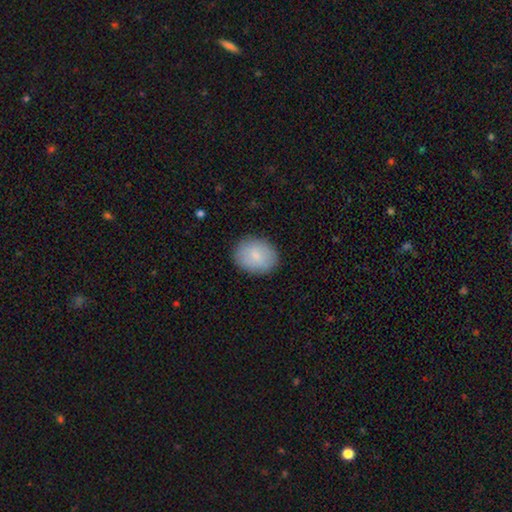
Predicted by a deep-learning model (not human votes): Morphology: type=smooth (80%); roundness=in between (55%); merging=none (86%).